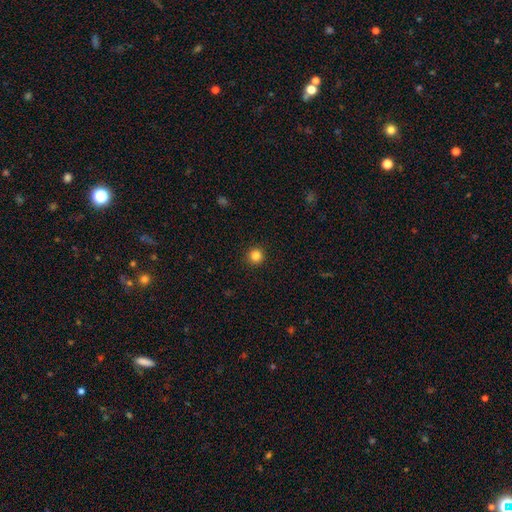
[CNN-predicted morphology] This is clearly a smooth galaxy (84%). How rounded: clearly round (95%). Merging: clearly none (93%).